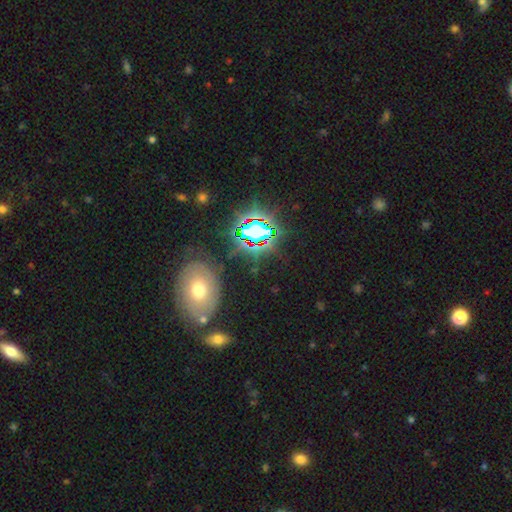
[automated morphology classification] A star or artifact, not a galaxy (61%).

Vote fractions:
- Smooth or featured? star or artifact: 61% / smooth: 26% / featured or disk: 14%